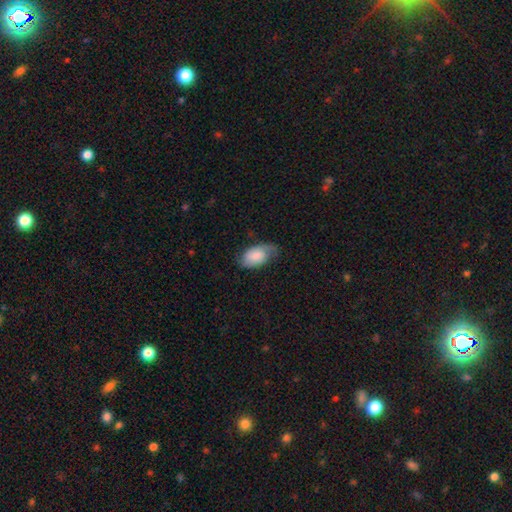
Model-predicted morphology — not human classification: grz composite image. It shows a smooth galaxy with no disk features (71%) that is in between round and cigar-shaped (94%). Merging: none (57%).